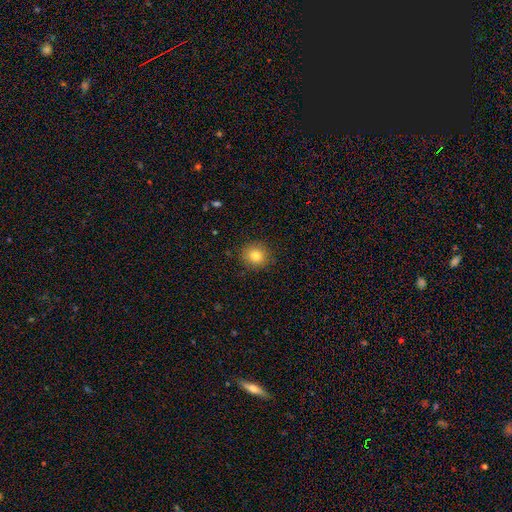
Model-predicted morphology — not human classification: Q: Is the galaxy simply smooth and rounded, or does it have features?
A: smooth — 82%.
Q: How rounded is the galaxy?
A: round — 88%.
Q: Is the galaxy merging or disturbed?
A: none — 89%.